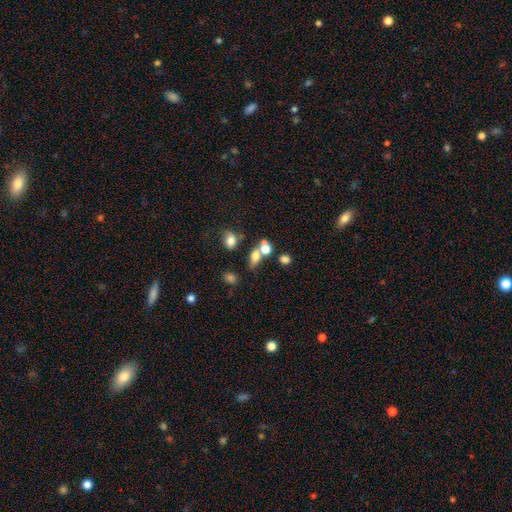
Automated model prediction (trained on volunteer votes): Smooth or featured: smooth — 70% (featured or disk — 15%)
How rounded: in between — 54% (round — 40%)
Merging: merger — 41% (tied with none — 41%)